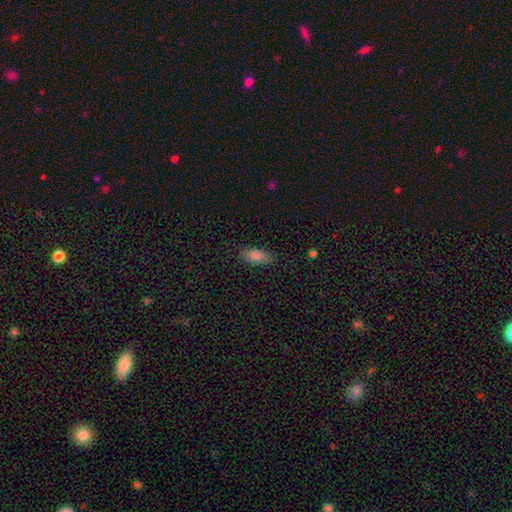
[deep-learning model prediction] A smooth galaxy with no disk features (83%) that is in between round and cigar-shaped (79%). Merging: none (84%).